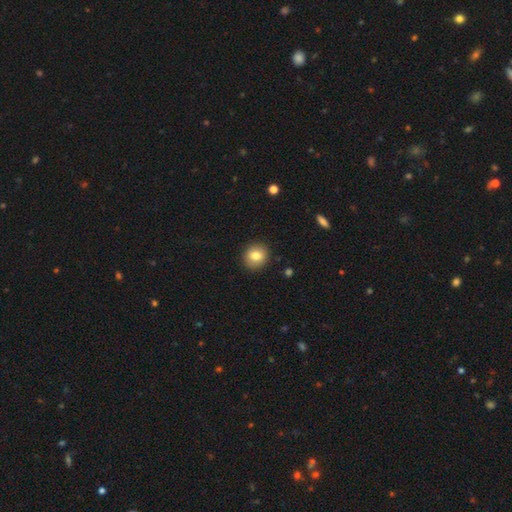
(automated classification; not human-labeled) A smooth galaxy with no disk features (81%) that is round (87%). Merging: none (91%).